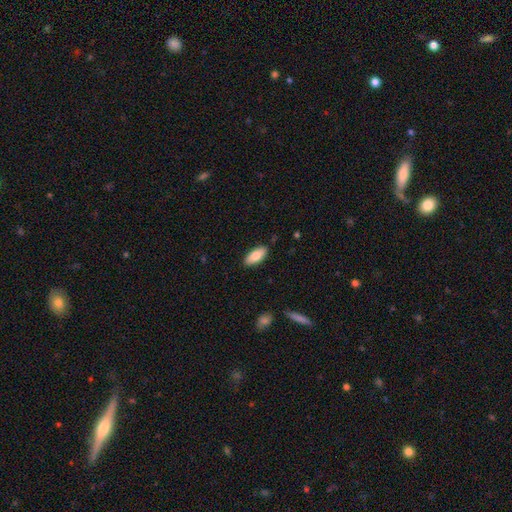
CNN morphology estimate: smooth 82%, featured or disk 12%, star or artifact 6%. Down the decision tree: how rounded — in between (87%); merging — none (88%).